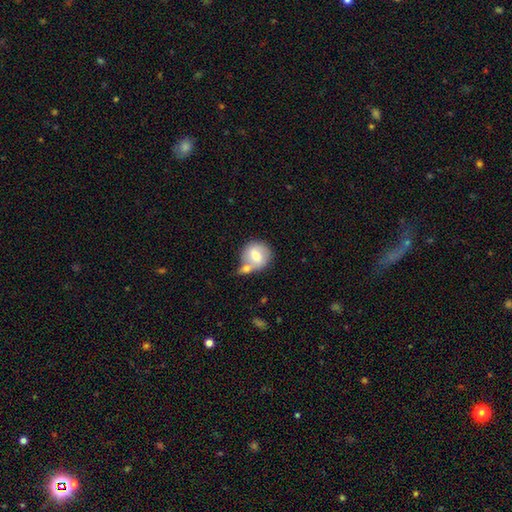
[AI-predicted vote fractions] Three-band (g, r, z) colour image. It shows a smooth galaxy with no disk features (68%) that is round (85%). Merging: none (44%).